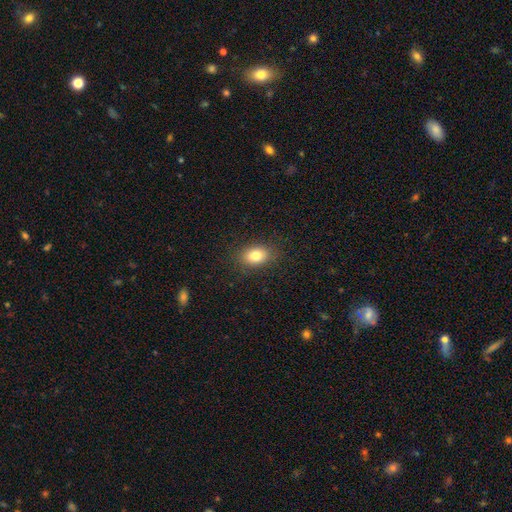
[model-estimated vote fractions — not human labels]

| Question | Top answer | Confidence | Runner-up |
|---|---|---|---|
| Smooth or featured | smooth | 81% | star or artifact (10%) |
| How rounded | in between | 77% | round (21%) |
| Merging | none | 87% | minor disturbance (9%) |